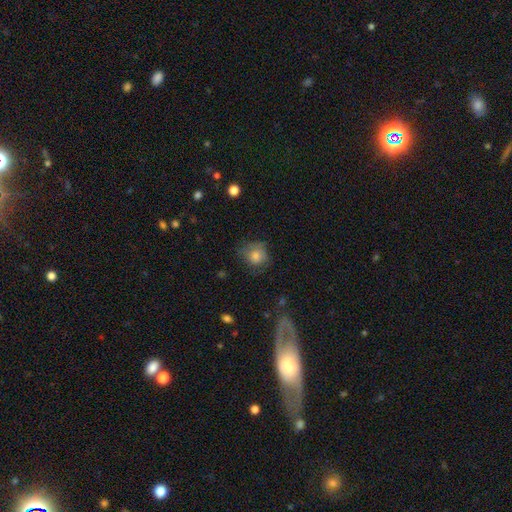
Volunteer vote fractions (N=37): Volunteers were most divided on "merging": none: 53%, minor disturbance: 35%, major disturbance: 12%, merger: 0%. More confident: how rounded — round (81%); smooth or featured — smooth (73%).